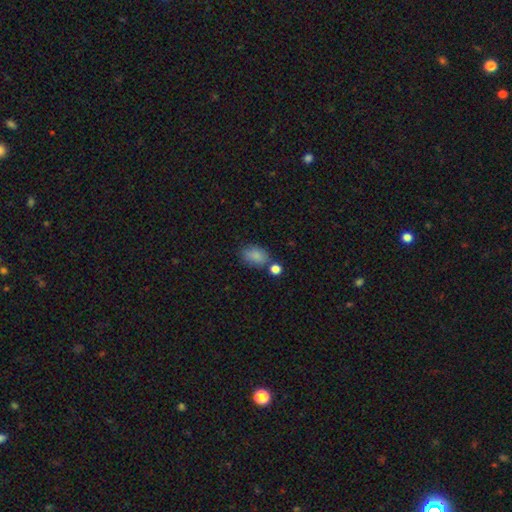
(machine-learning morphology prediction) The model was most divided on "merging": none: 60%, minor disturbance: 20%, merger: 14%, major disturbance: 6%. More confident: smooth or featured — smooth (83%); how rounded — in between (80%).